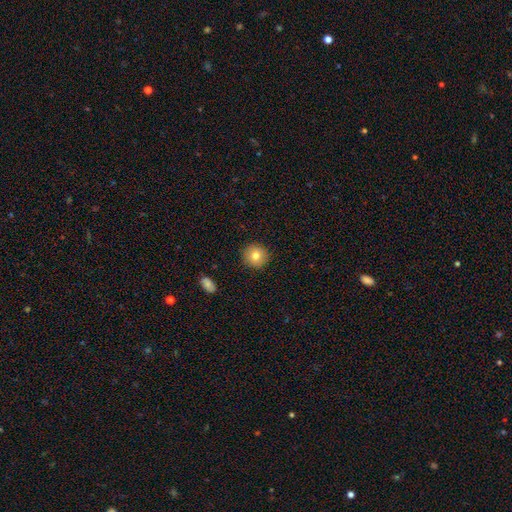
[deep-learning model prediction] Smooth or featured: smooth — 80% (featured or disk — 11%)
How rounded: round — 94% (in between — 5%)
Merging: none — 92% (minor disturbance — 6%)